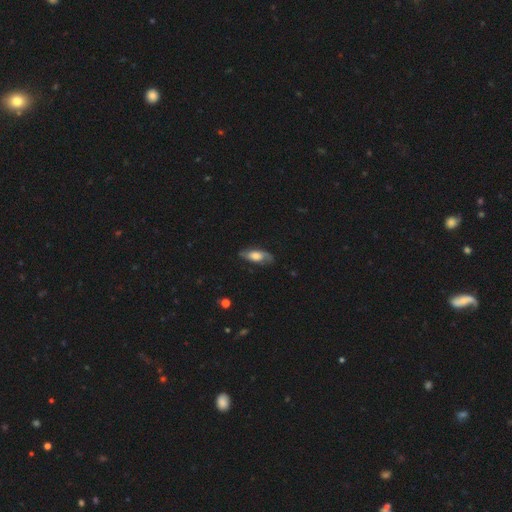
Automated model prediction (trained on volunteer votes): Smooth or featured: featured or disk — 49% (smooth — 44%)
Merging: none — 73% (minor disturbance — 20%)